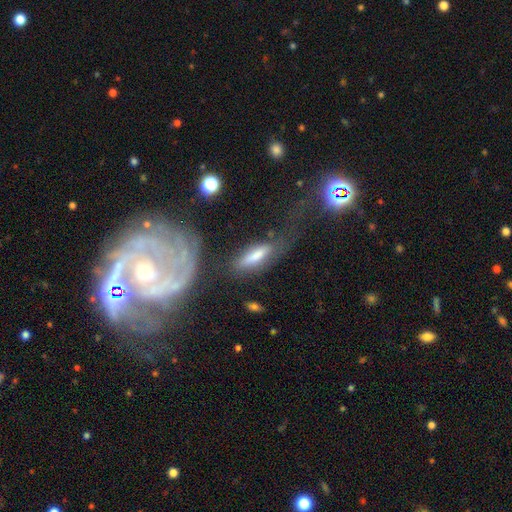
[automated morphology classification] This appears to be a smooth galaxy with no disk features (67%) that is cigar-shaped (58%). Merging: none (49%).